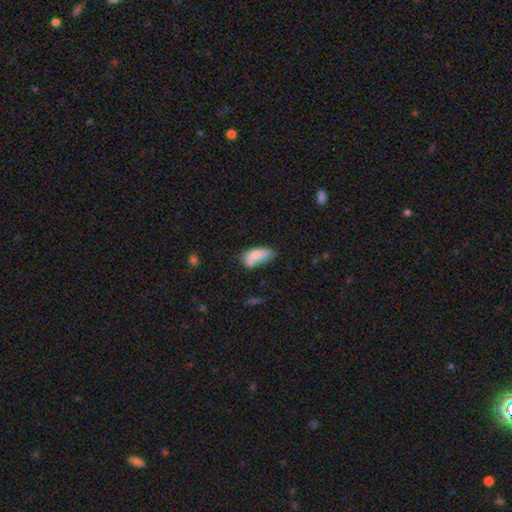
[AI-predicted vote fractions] A smooth galaxy with no disk features (77%) that is in between round and cigar-shaped (86%). Merging: none (39%).